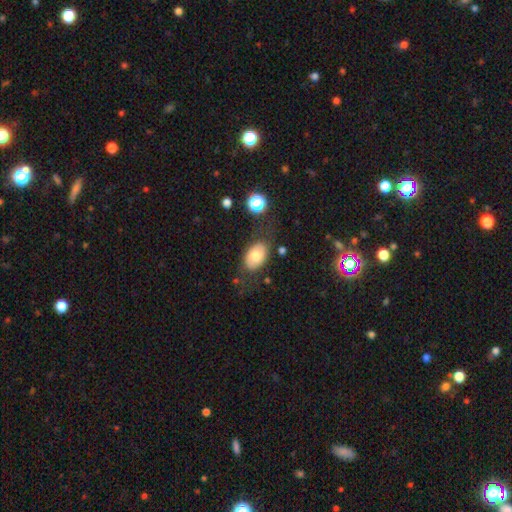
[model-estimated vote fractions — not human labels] Overall: smooth (68%). How rounded: in between (87%). Merging: none (69%).